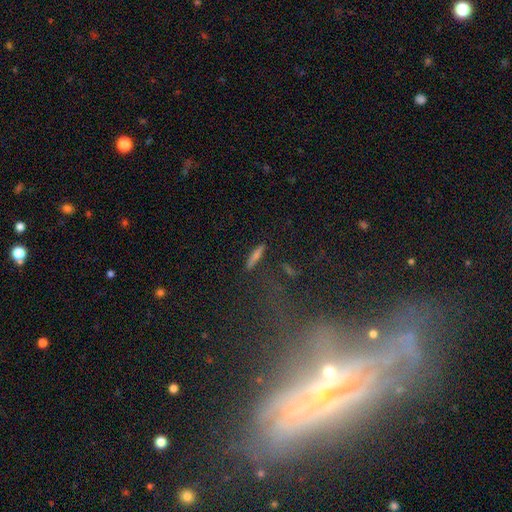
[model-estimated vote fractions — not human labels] Smooth or featured?
  - smooth: 53% *
  - featured or disk: 28%
  - star or artifact: 19%
How rounded?
  - cigar-shaped: 84% *
  - in between: 12%
  - round: 5%
Merging?
  - none: 84% *
  - minor disturbance: 10%
  - major disturbance: 3%
  - merger: 3%